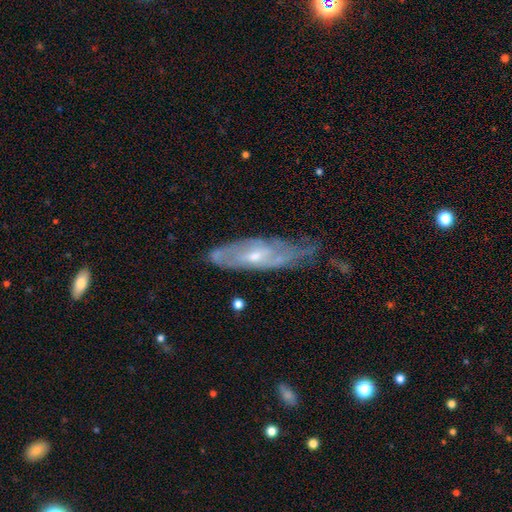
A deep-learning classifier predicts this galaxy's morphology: A featured or disk galaxy (76%) with no bar (51%), spiral arms (82%) and a small central bulge (56%). Merging: none (55%).